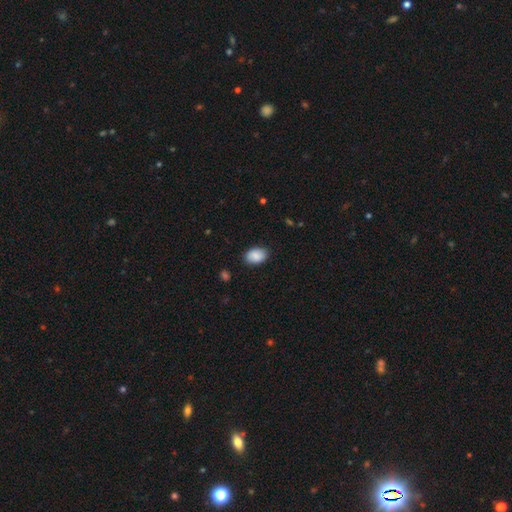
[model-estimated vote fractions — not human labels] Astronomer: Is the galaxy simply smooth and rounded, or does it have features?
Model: smooth — 88%.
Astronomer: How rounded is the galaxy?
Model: in between — 84%.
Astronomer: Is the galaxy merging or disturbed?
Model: none — 85%.